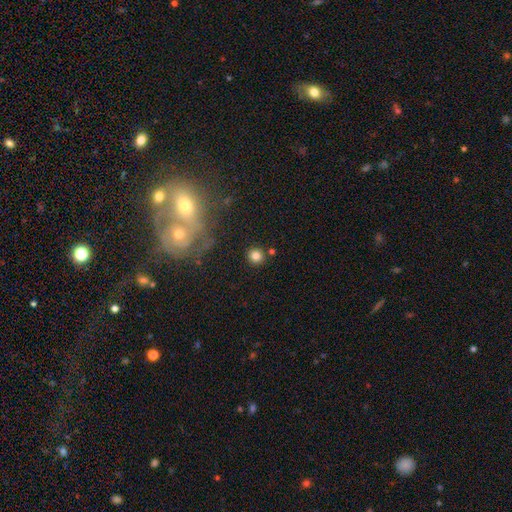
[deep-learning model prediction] Smooth or featured?
  - smooth: 81% *
  - star or artifact: 12%
  - featured or disk: 7%
How rounded?
  - round: 93% *
  - in between: 6%
  - cigar-shaped: 1%
Merging?
  - none: 86% *
  - minor disturbance: 6%
  - merger: 5%
  - major disturbance: 3%